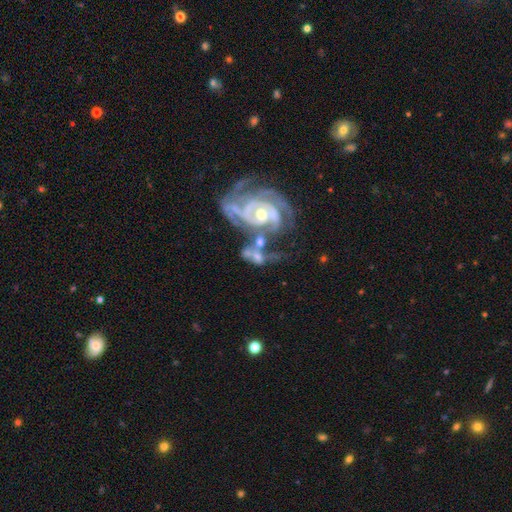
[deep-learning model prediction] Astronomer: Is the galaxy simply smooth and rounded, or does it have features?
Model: featured or disk — 77%.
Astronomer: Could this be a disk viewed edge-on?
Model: no — 97%.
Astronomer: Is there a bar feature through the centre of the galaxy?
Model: no — 64%.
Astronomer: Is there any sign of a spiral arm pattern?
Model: yes — 81%.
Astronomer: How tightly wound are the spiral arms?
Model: tight — 43% (runner-up: medium, 38%).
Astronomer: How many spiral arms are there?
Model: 2 — 43% (runner-up: can't tell, 27%).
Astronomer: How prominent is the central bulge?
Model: moderate — 61%.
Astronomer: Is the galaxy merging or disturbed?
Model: merger — 57%.